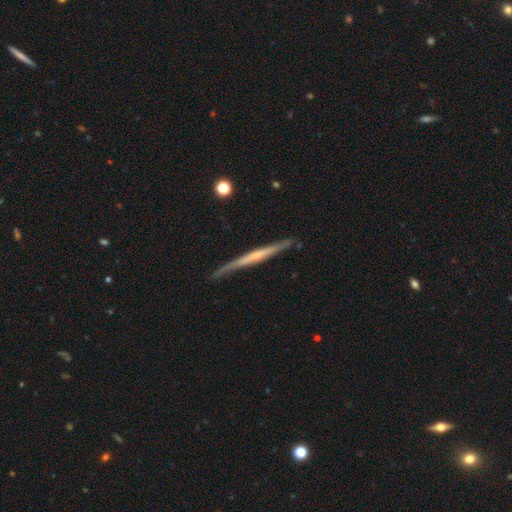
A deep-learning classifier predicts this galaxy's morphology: smooth-or-featured: featured or disk: 69% | smooth: 25% | star or artifact: 5%
  disk-edge-on: yes: 97% | no: 3%
    edge-on-bulge: none: 57% | rounded: 35% | boxy: 9%
  merging: none: 83% | minor disturbance: 13% | major disturbance: 2% | merger: 2%